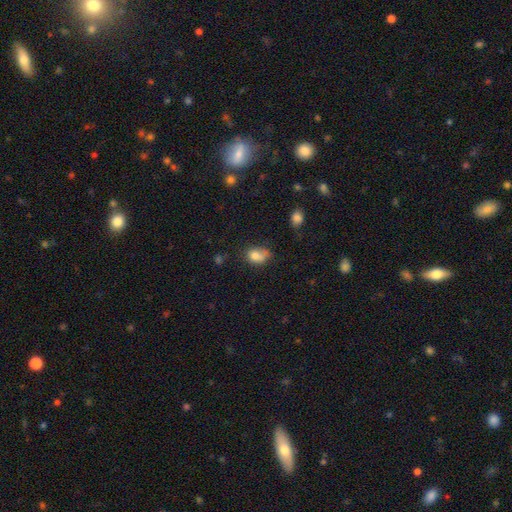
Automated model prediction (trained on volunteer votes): Smooth or featured: smooth — 76% (featured or disk — 13%)
How rounded: in between — 64% (round — 35%)
Merging: none — 39% (minor disturbance — 32%)